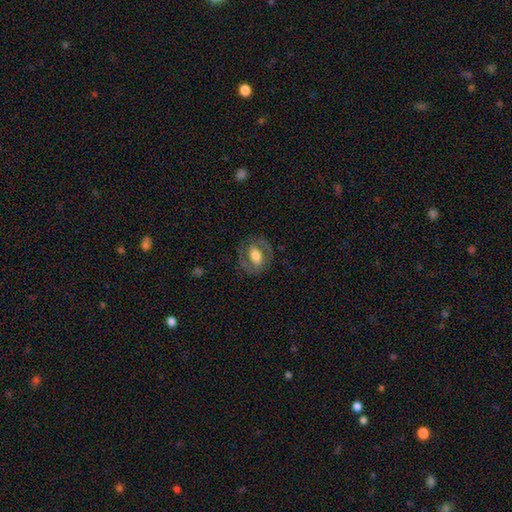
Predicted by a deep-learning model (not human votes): The model was most divided on "bar": no: 40%, weak: 33%, strong: 27%. Remaining: edge-on disk — no (94%); merging — none (75%); spiral arms — yes (55%); smooth or featured — featured or disk (54%); bulge size — moderate (50%).